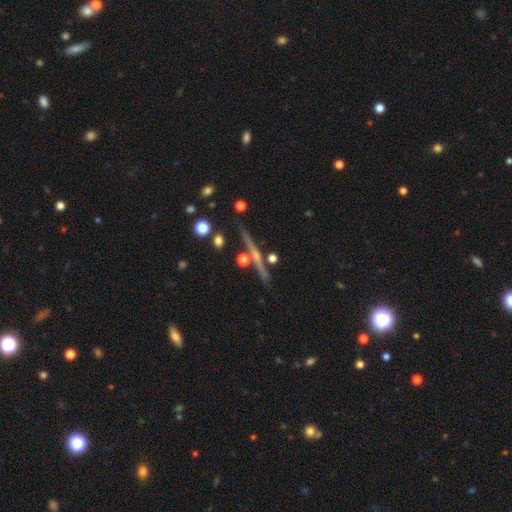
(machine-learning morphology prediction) Smooth or featured: featured or disk — 76% (smooth — 16%)
Edge-on disk: yes — 97% (no — 3%)
Edge-on bulge: rounded — 67% (none — 27%)
Merging: none — 85% (minor disturbance — 7%)